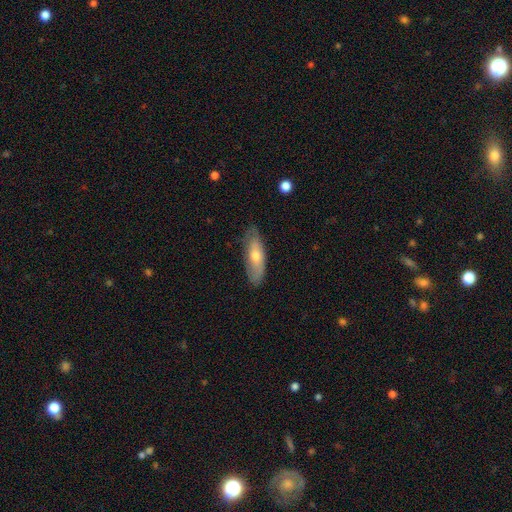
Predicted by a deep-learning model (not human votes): Q: Smooth or featured?
A: smooth (59%); runner-up: featured or disk (35%)
Q: How rounded?
A: in between (52%); runner-up: cigar-shaped (46%)
Q: Merging?
A: none (79%); runner-up: minor disturbance (17%)